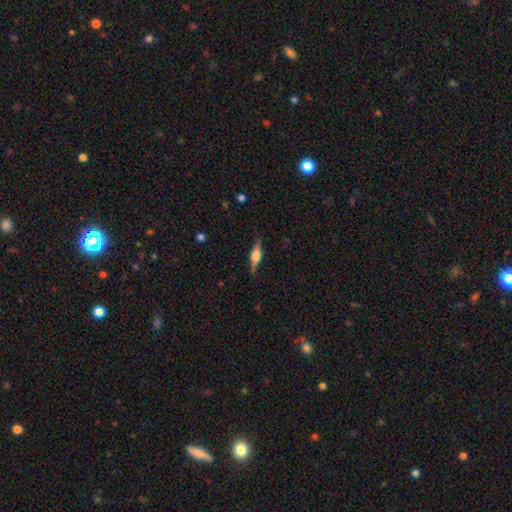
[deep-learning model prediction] smooth-or-featured: featured or disk: 66% | smooth: 27% | star or artifact: 7%
  disk-edge-on: yes: 96% | no: 4%
    edge-on-bulge: rounded: 87% | boxy: 11% | none: 2%
  merging: none: 85% | minor disturbance: 11% | major disturbance: 2% | merger: 1%